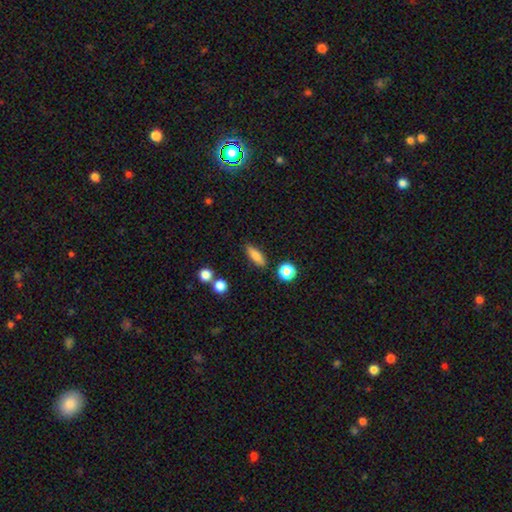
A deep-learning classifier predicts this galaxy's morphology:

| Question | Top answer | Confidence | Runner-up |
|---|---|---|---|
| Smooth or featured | smooth | 80% | featured or disk (11%) |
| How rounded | in between | 57% | cigar-shaped (37%) |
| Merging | none | 83% | minor disturbance (10%) |